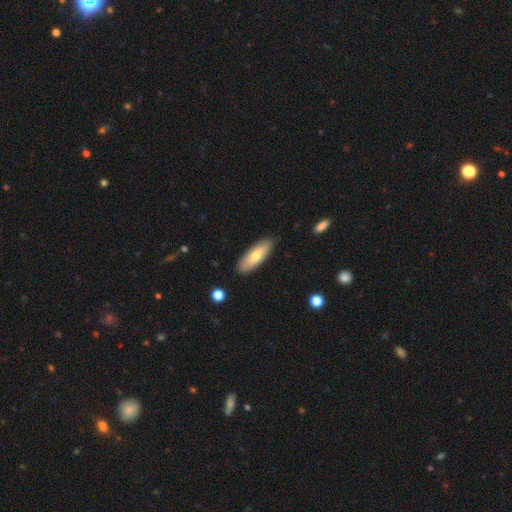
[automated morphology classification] This is likely a smooth galaxy (72%). How rounded: possibly in between (58%). Merging: clearly none (88%).